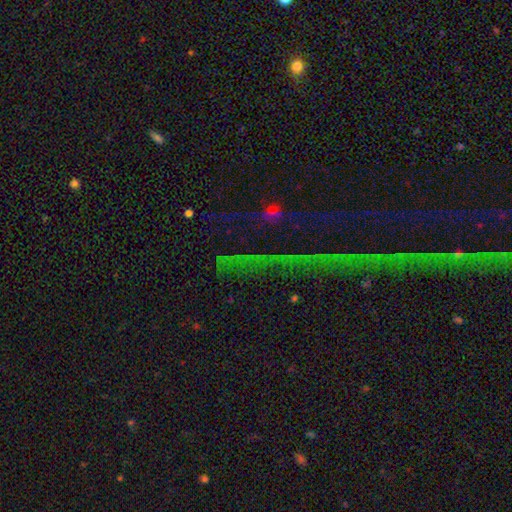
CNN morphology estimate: Overall: star or artifact (73%).